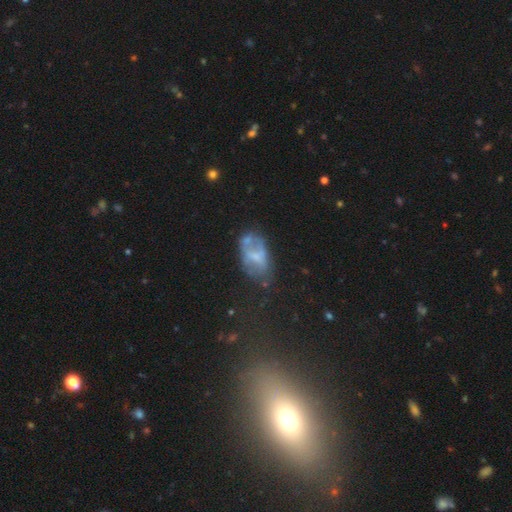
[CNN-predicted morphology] Smooth or featured? featured or disk (49%)
Merging? none (41%)